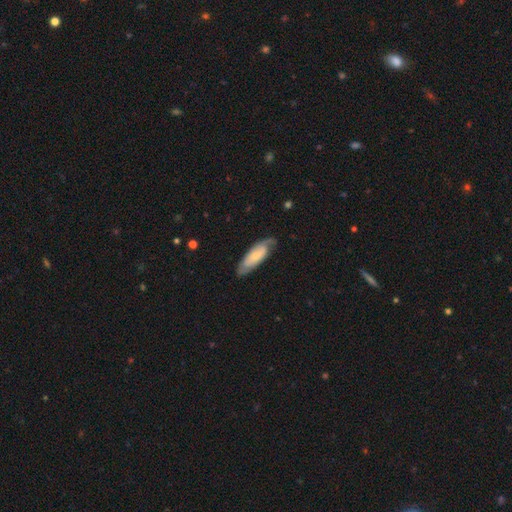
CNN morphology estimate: Smooth or featured?
  - featured or disk: 53% *
  - smooth: 42%
  - star or artifact: 5%
Edge-on disk?
  - no: 81% *
  - yes: 19%
Merging?
  - none: 69% *
  - minor disturbance: 22%
  - major disturbance: 7%
  - merger: 1%